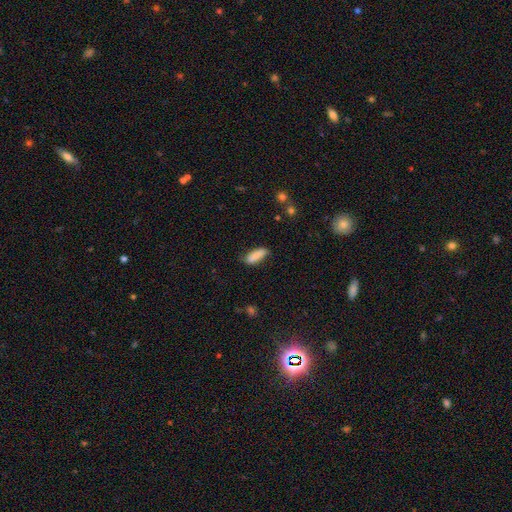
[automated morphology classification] This appears to be a smooth galaxy with no disk features (85%) that is in between round and cigar-shaped (69%). Merging: none (69%).